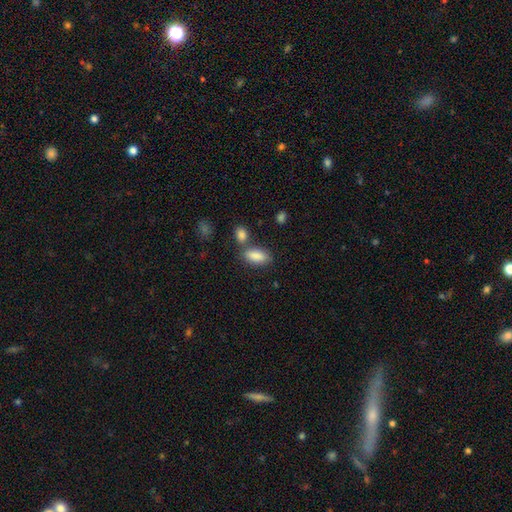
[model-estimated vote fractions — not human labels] This appears to be a smooth galaxy with no disk features (87%) that is in between round and cigar-shaped (85%). Merging: none (61%).